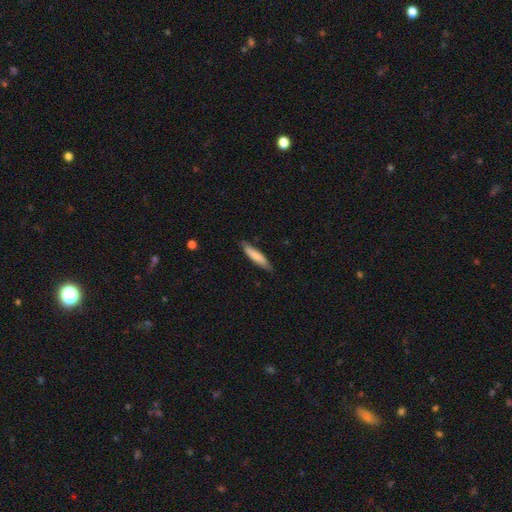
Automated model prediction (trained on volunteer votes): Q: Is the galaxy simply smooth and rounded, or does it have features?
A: smooth — 78%.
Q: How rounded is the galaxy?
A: cigar-shaped — 85%.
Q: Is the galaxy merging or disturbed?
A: none — 83%.